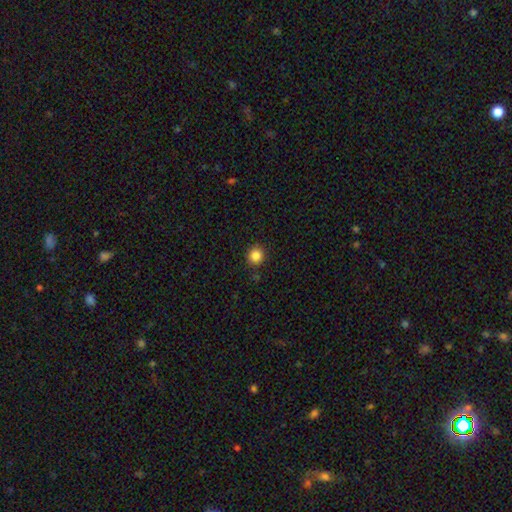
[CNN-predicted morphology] type=smooth (85%); roundness=round (92%); merging=none (90%).